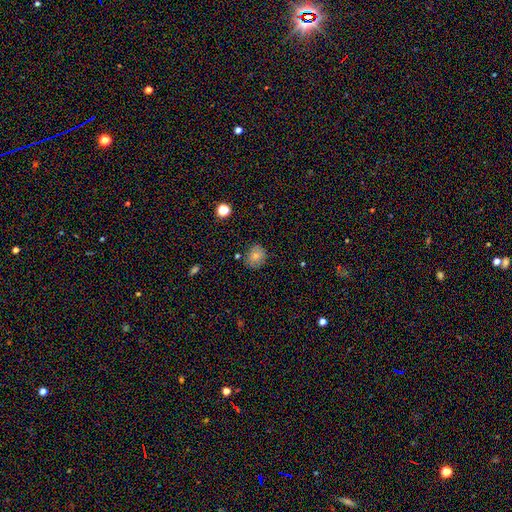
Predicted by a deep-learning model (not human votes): Smooth or featured? smooth (75%)
How rounded? round (75%)
Merging? none (80%)